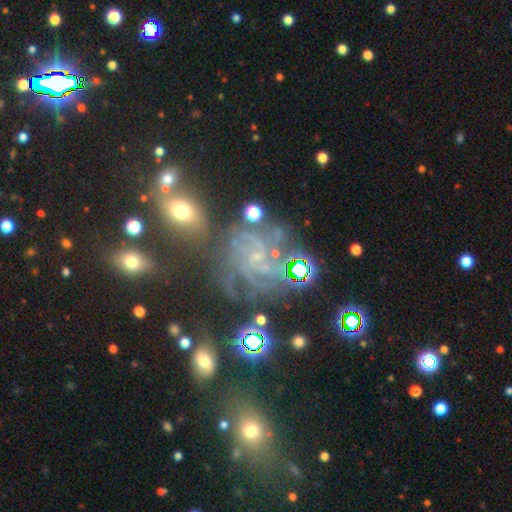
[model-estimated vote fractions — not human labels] Smooth or featured? featured or disk (74%)
Edge-on disk? no (98%)
Bar? no (60%)
Spiral arms? yes (94%)
Spiral winding? tight (45%)
Spiral arm count? 3 (25%)
Bulge size? small (70%)
Merging? none (51%)